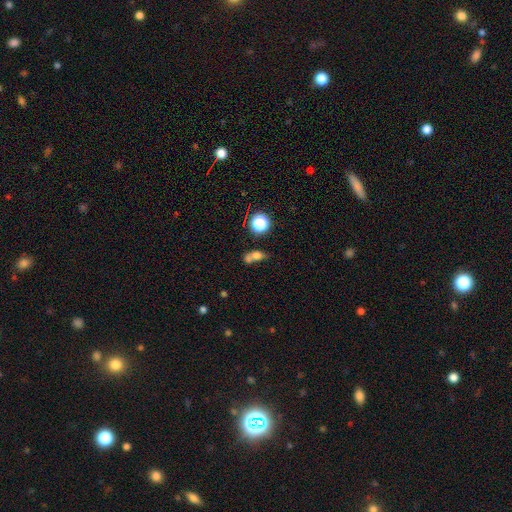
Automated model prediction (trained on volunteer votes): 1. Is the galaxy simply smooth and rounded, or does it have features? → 67% smooth, 18% star or artifact, 15% featured or disk.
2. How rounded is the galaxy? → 48% in between, 45% round, 6% cigar-shaped.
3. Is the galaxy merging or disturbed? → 54% merger, 28% none, 10% minor disturbance, 8% major disturbance.